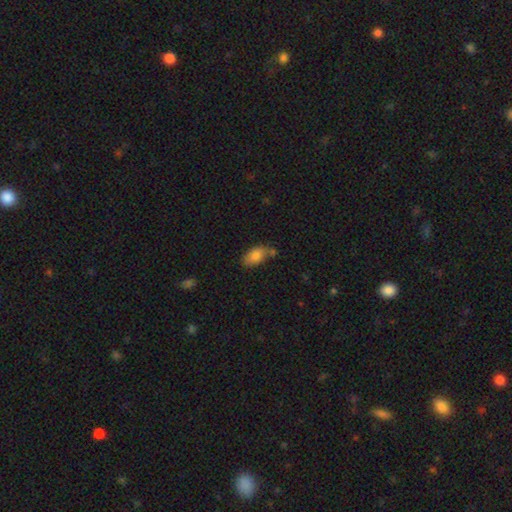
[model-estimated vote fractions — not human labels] Smooth or featured? Predicted: smooth (p=0.82). How rounded? Predicted: in between (p=0.92). Merging? Predicted: none (p=0.62).